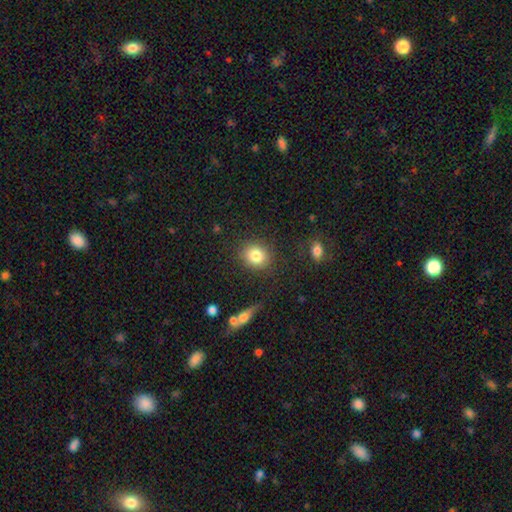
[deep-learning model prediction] This is clearly a smooth galaxy (83%). How rounded: likely round (73%). Merging: clearly none (85%).